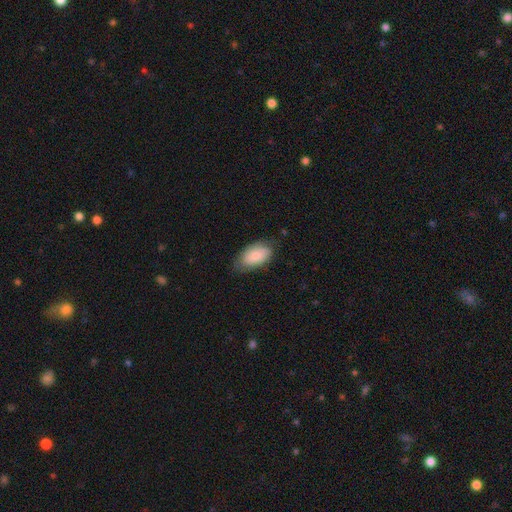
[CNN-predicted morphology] Smooth or featured? Predicted: smooth (p=0.71). How rounded? Predicted: in between (p=0.94). Merging? Predicted: none (p=0.71).